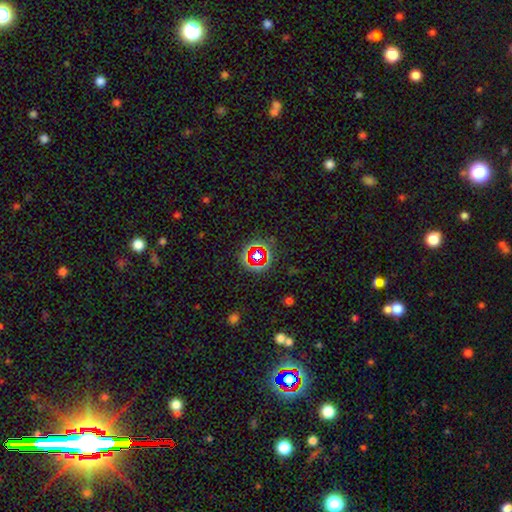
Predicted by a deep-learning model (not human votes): This appears to be a star or artifact, not a galaxy (70%).